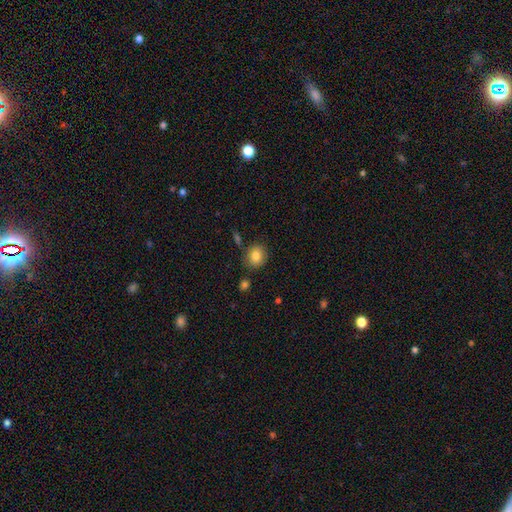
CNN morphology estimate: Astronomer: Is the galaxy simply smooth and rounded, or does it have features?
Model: smooth — 83%.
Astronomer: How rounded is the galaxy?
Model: round — 66%.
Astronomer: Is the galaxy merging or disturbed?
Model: none — 80%.